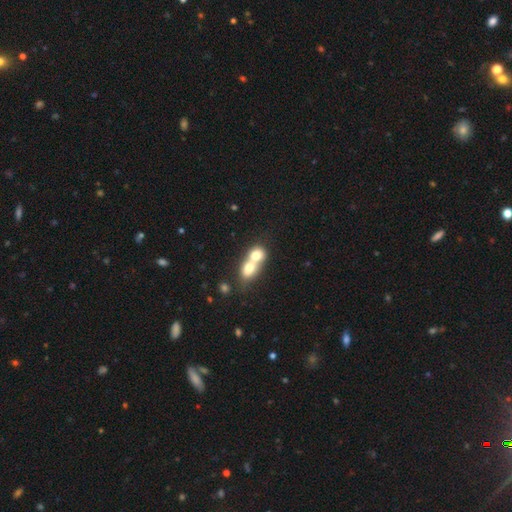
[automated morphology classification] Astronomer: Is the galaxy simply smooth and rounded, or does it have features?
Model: smooth — 68%.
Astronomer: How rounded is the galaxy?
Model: in between — 52% (runner-up: round, 46%).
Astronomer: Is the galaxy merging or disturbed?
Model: merger — 80%.